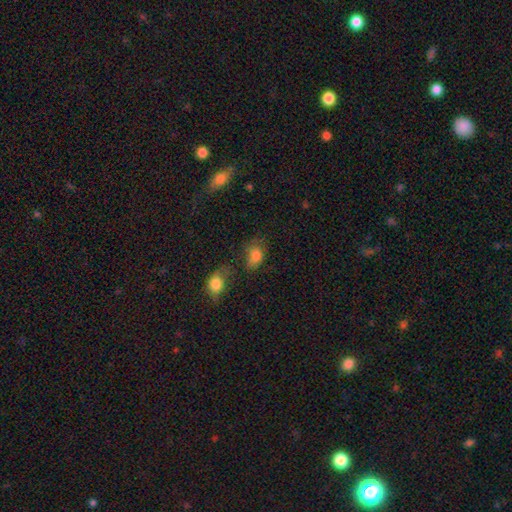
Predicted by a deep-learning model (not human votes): Morphology: type=smooth (78%); roundness=in between (73%); merging=none (42%).